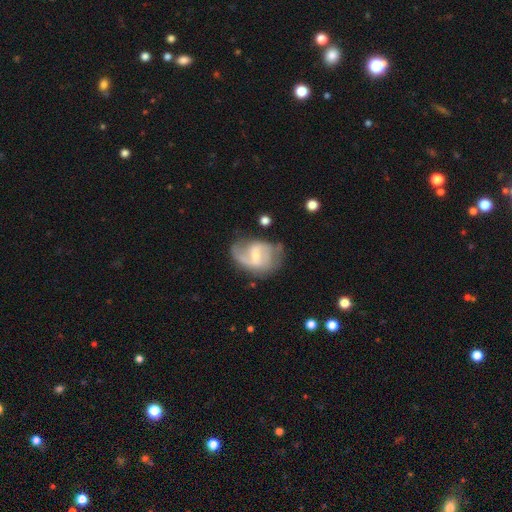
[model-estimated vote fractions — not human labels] This is likely a featured or disk galaxy (74%). It is clearly not viewed edge-on (97%). Bar: possibly weak (56%). Spiral arm pattern: clearly yes (87%). Spiral arm count: likely 2 (69%). Spiral winding: marginally medium (43%). Central bulge: possibly small (51%). Merging: possibly none (50%).